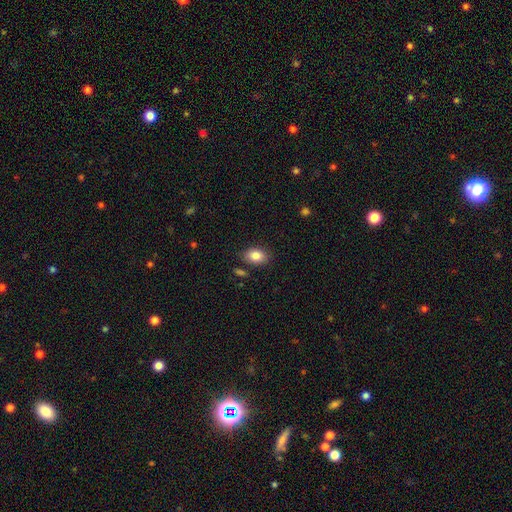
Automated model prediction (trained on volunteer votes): smooth-or-featured: smooth: 85% | star or artifact: 8% | featured or disk: 7%
  how-rounded: in between: 82% | round: 17% | cigar-shaped: 1%
  merging: none: 81% | minor disturbance: 12% | merger: 4% | major disturbance: 3%